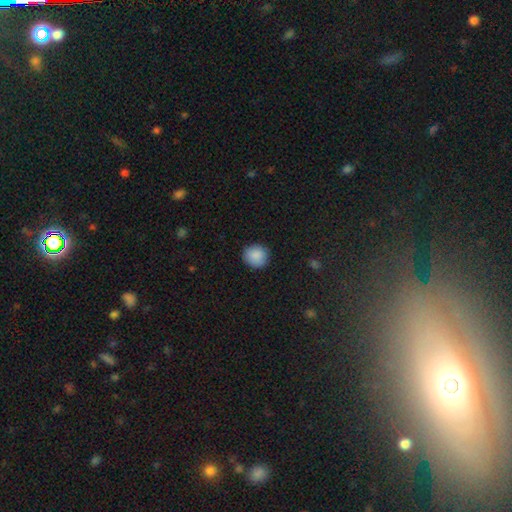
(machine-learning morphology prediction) A smooth galaxy with no disk features (89%) that is round (90%).

Vote fractions:
- Smooth or featured? smooth: 89% / star or artifact: 8% / featured or disk: 4%
- How rounded? round: 90% / in between: 9% / cigar-shaped: 1%
- Merging? none: 89% / minor disturbance: 8% / major disturbance: 2% / merger: 1%